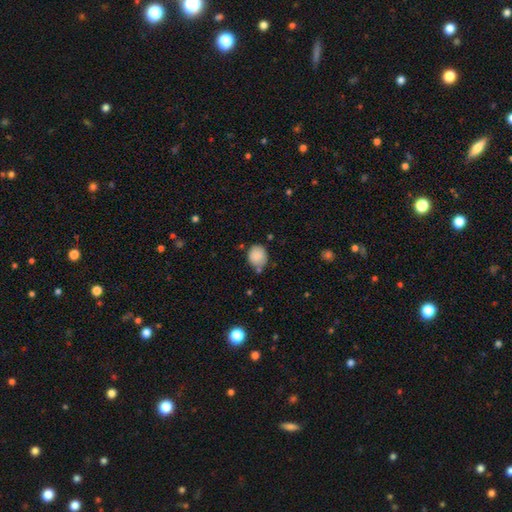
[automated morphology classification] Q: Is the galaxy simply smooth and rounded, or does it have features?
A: smooth — 86%.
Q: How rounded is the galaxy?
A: round — 62%.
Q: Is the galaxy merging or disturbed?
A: none — 67%.